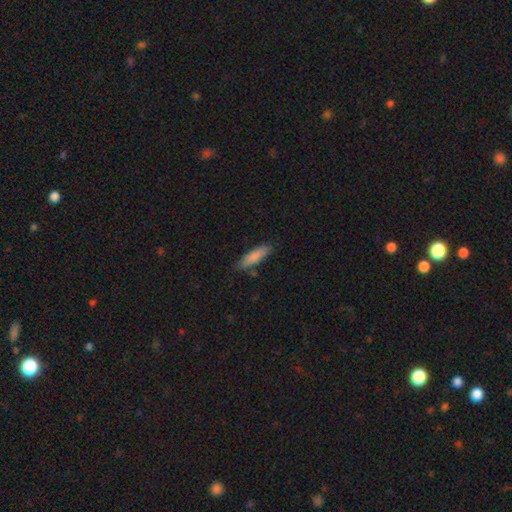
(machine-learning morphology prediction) Smooth or featured? Predicted: smooth (p=0.83). How rounded? Predicted: cigar-shaped (p=0.64). Merging? Predicted: none (p=0.78).